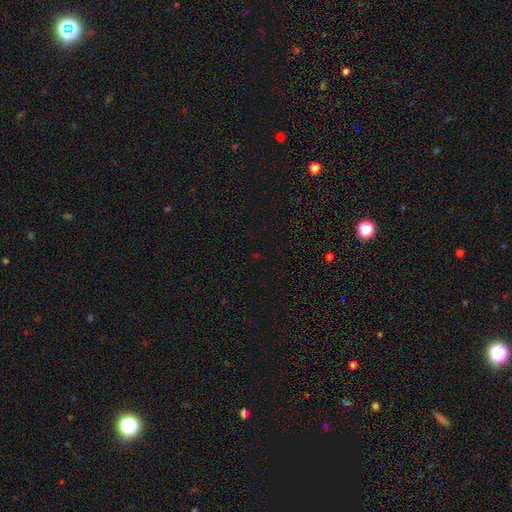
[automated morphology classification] Smooth or featured?
  - star or artifact: 69% *
  - smooth: 24%
  - featured or disk: 7%